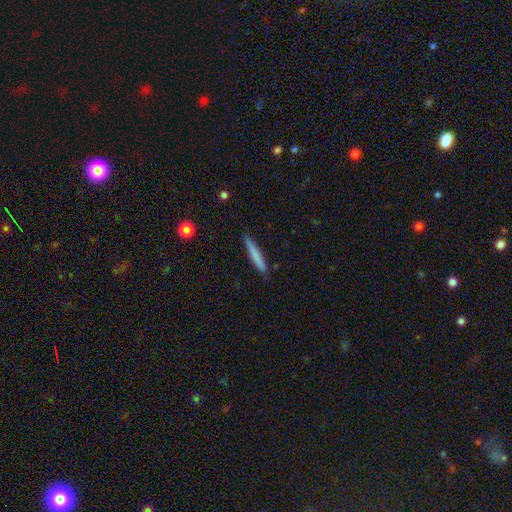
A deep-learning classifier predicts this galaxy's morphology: smooth 75%, featured or disk 20%, star or artifact 6%. Down the decision tree: how rounded — cigar-shaped (96%); merging — none (88%).